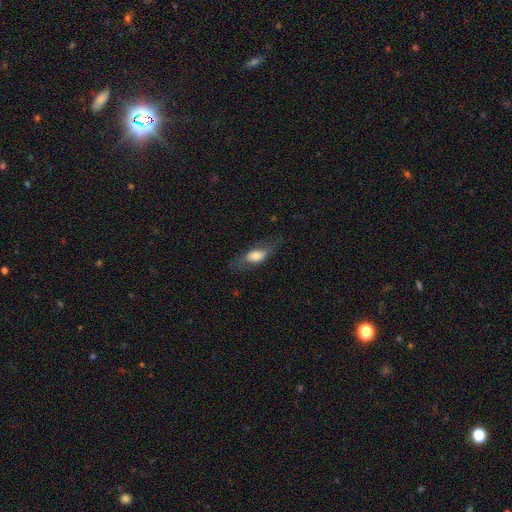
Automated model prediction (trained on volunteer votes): This is likely a smooth galaxy (65%). How rounded: likely in between (75%). Merging: likely none (64%).